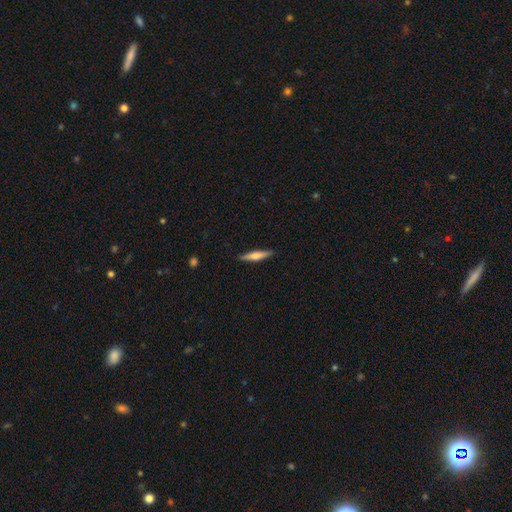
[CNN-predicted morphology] Smooth or featured?
  - smooth: 52% *
  - featured or disk: 42%
  - star or artifact: 6%
How rounded?
  - cigar-shaped: 88% *
  - in between: 11%
  - round: 2%
Merging?
  - none: 90% *
  - minor disturbance: 8%
  - major disturbance: 2%
  - merger: 1%